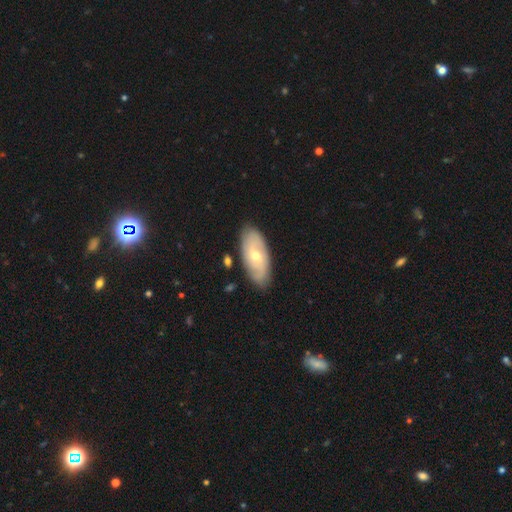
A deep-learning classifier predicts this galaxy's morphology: Smooth or featured?
  - featured or disk: 63% *
  - smooth: 31%
  - star or artifact: 6%
Edge-on disk?
  - no: 89% *
  - yes: 11%
Bar?
  - no: 72% *
  - weak: 24%
  - strong: 5%
Spiral arms?
  - yes: 76% *
  - no: 24%
Bulge size?
  - moderate: 50% *
  - small: 47%
  - large: 1%
  - none: 1%
  - dominant: 1%
Merging?
  - none: 83% *
  - minor disturbance: 13%
  - major disturbance: 3%
  - merger: 2%